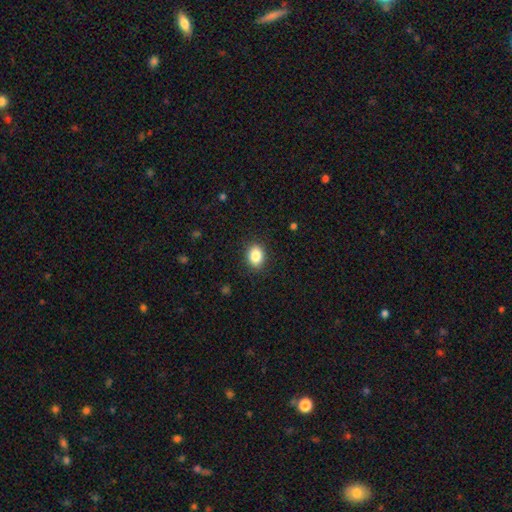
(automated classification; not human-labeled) smooth 86%, star or artifact 9%, featured or disk 5%. Down the decision tree: how rounded — in between (64%); merging — none (88%).